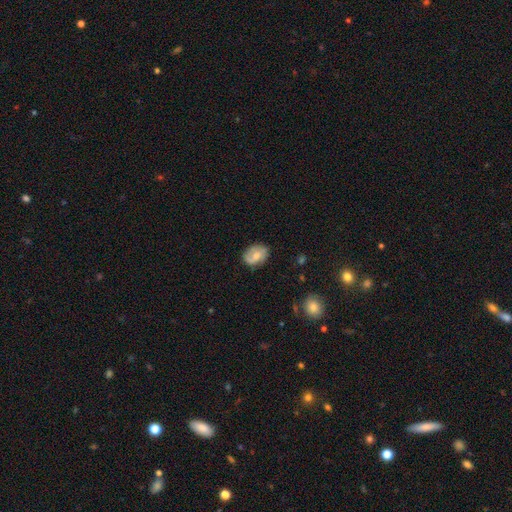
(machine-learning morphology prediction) Smooth or featured: smooth — 49% (featured or disk — 44%)
Merging: none — 68% (minor disturbance — 24%)